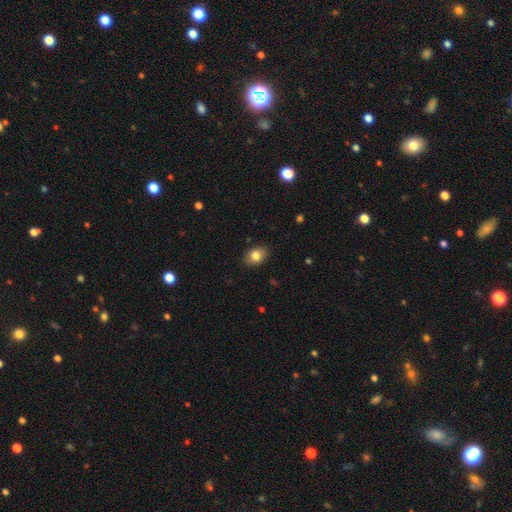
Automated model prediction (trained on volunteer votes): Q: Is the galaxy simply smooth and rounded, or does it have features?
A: smooth — 82%.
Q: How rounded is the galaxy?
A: in between — 76%.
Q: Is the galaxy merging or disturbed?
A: none — 87%.